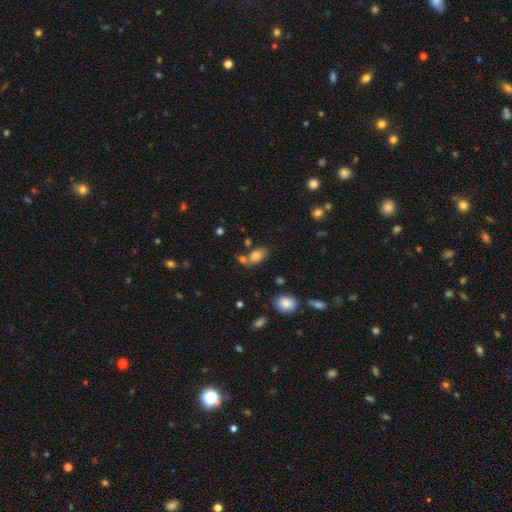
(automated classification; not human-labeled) The model was most divided on "merging": none: 53%, merger: 26%, minor disturbance: 16%, major disturbance: 6%. More confident: how rounded — in between (88%); smooth or featured — smooth (80%).